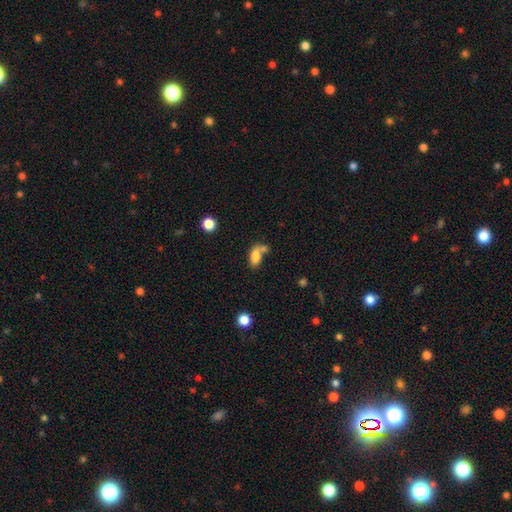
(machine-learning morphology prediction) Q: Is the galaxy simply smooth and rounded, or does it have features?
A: smooth — 80%.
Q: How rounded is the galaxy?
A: in between — 88%.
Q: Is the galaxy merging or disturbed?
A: merger — 41%.